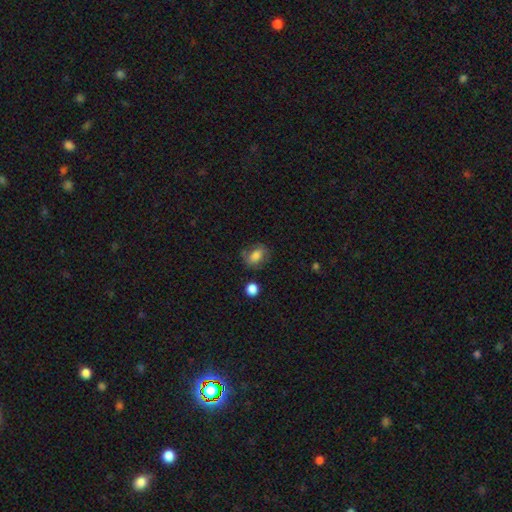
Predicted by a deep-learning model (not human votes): smooth-or-featured: smooth: 74% | featured or disk: 16% | star or artifact: 10%
  how-rounded: in between: 71% | round: 28% | cigar-shaped: 2%
  merging: none: 65% | minor disturbance: 22% | major disturbance: 9% | merger: 4%